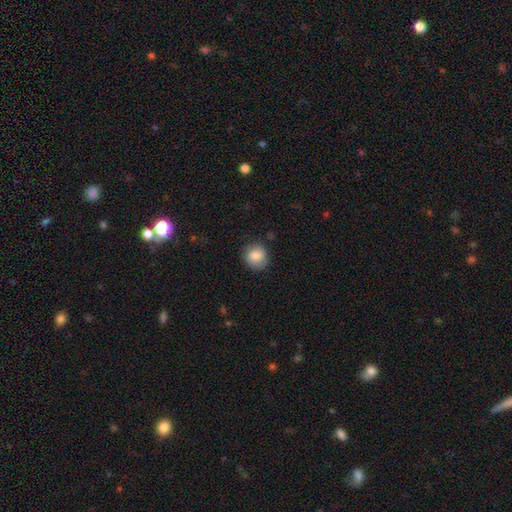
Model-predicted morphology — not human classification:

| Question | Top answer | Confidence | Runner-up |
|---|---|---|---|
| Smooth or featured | smooth | 86% | star or artifact (8%) |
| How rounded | round | 85% | in between (14%) |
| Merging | none | 79% | minor disturbance (16%) |